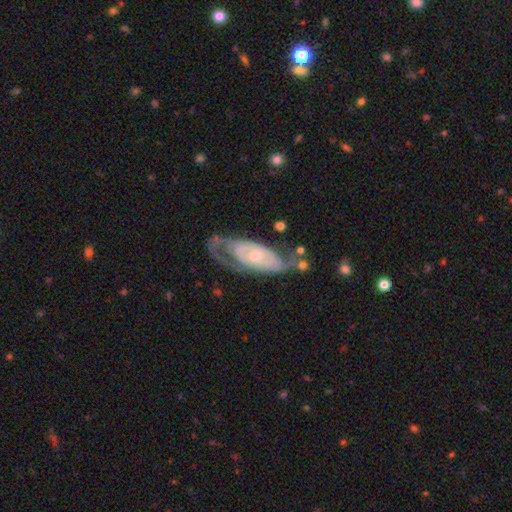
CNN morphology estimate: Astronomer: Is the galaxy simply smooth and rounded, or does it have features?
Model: featured or disk — 76%.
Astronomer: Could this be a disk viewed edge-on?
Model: no — 89%.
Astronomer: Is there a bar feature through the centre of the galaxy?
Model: no — 77%.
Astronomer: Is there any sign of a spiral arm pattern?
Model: yes — 73%.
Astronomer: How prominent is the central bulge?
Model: small — 50% (runner-up: moderate, 44%).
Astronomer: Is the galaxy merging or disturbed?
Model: none — 47% (runner-up: major disturbance, 26%).